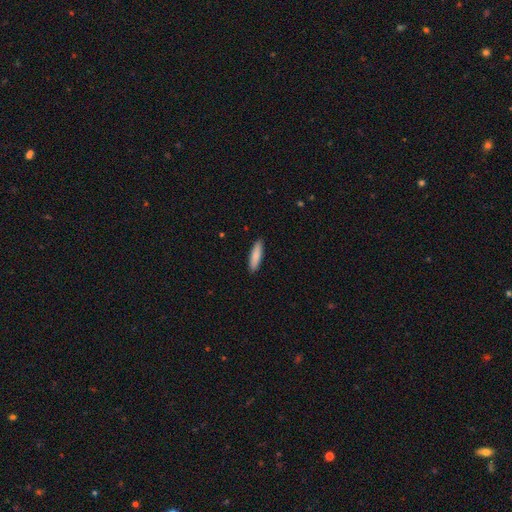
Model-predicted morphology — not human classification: smooth-or-featured: smooth: 86% | featured or disk: 8% | star or artifact: 5%
  how-rounded: cigar-shaped: 75% | in between: 24% | round: 1%
  merging: none: 91% | minor disturbance: 7% | major disturbance: 1% | merger: 1%